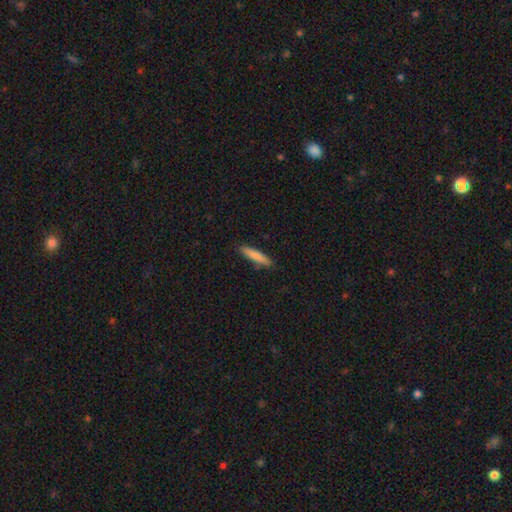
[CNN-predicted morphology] Smooth or featured?
  - smooth: 80% *
  - featured or disk: 14%
  - star or artifact: 6%
How rounded?
  - cigar-shaped: 86% *
  - in between: 12%
  - round: 1%
Merging?
  - none: 88% *
  - minor disturbance: 9%
  - major disturbance: 2%
  - merger: 1%